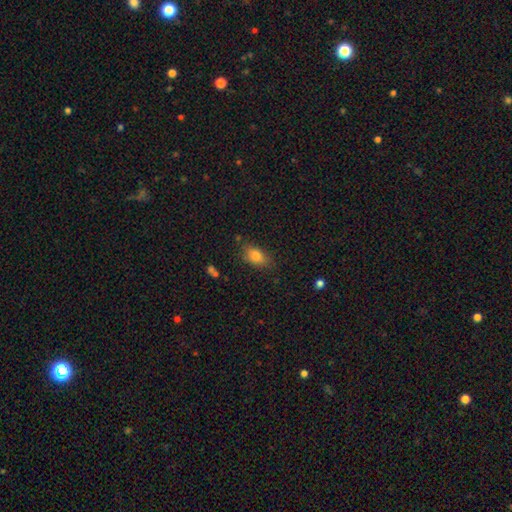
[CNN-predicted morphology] This appears to be a smooth galaxy with no disk features (82%) that is in between round and cigar-shaped (85%). Merging: none (75%).